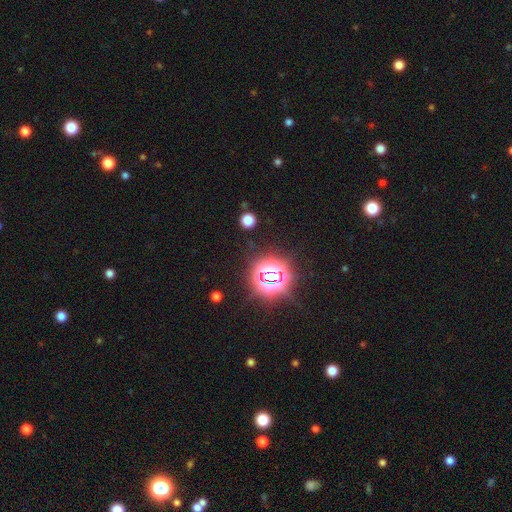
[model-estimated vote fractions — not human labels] Smooth or featured?
  - star or artifact: 83% *
  - smooth: 11%
  - featured or disk: 6%